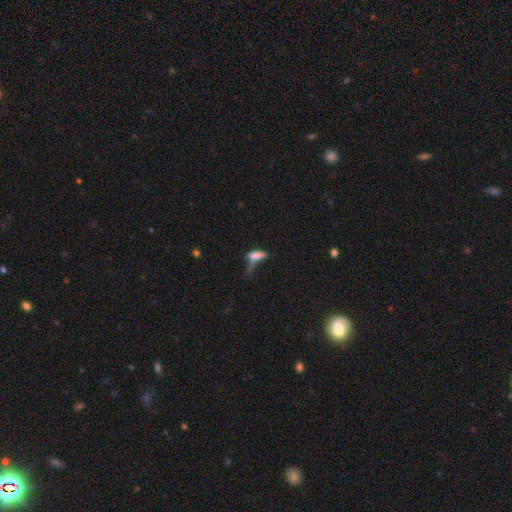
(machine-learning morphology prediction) type=smooth (62%); roundness=in between (57%); merging=major disturbance (38%).